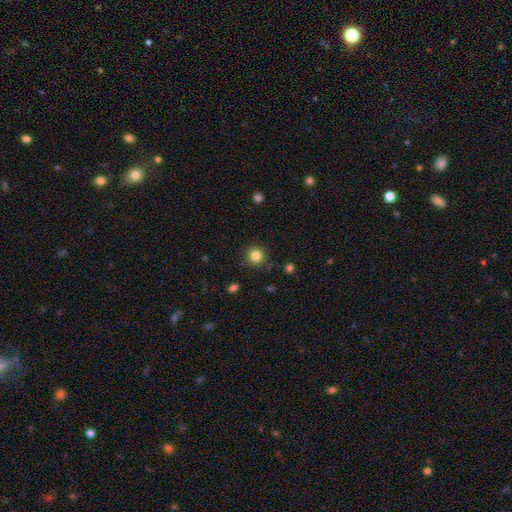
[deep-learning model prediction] Smooth or featured? Predicted: smooth (p=0.83). How rounded? Predicted: round (p=0.94). Merging? Predicted: none (p=0.89).